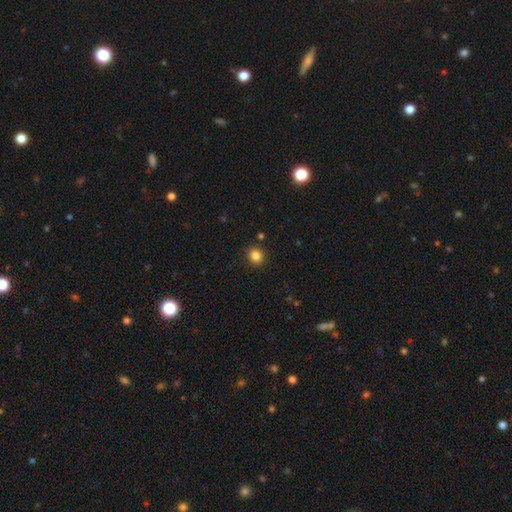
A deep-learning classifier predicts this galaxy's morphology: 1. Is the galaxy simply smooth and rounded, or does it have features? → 84% smooth, 12% star or artifact, 4% featured or disk.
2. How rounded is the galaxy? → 85% round, 14% in between, 1% cigar-shaped.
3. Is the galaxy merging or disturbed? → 90% none, 7% minor disturbance, 2% major disturbance, 2% merger.